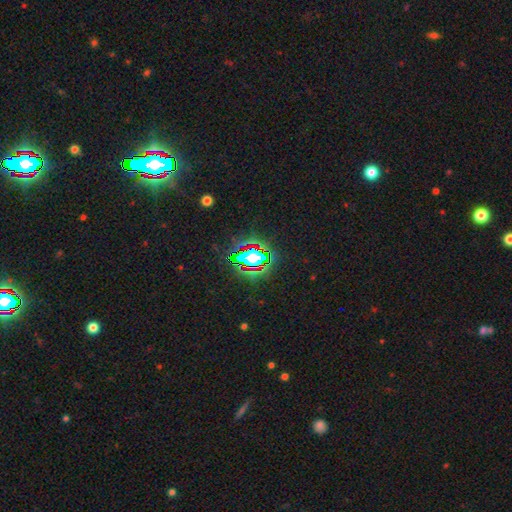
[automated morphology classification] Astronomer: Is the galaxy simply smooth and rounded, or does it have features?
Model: star or artifact — 71%.